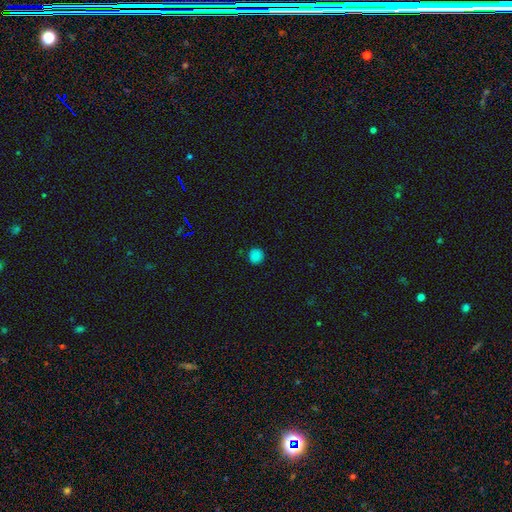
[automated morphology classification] smooth 83%, star or artifact 14%, featured or disk 3%. Down the decision tree: how rounded — round (92%); merging — none (90%).